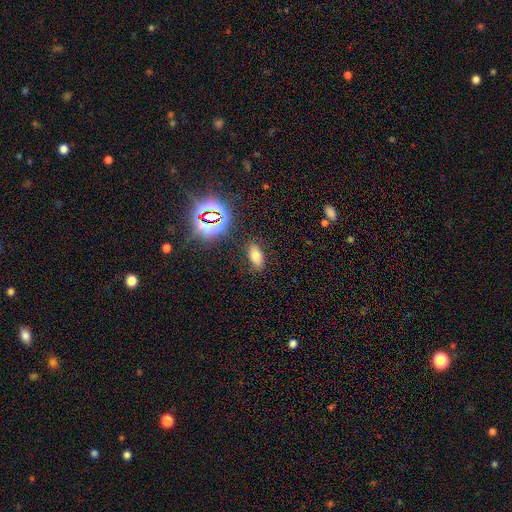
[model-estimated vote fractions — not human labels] A smooth galaxy with no disk features (68%) that is in between round and cigar-shaped (88%). Merging: none (85%).